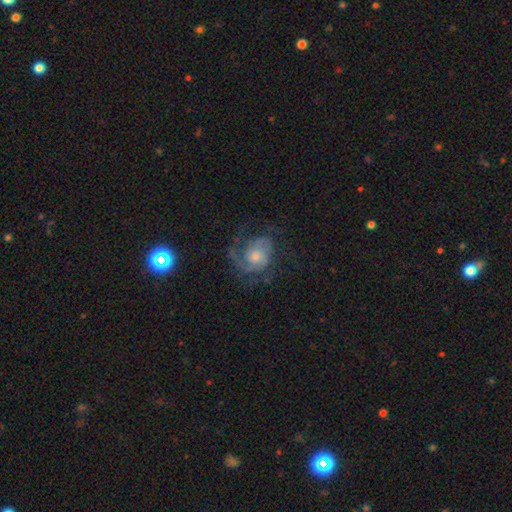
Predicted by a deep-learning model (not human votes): smooth-or-featured: featured or disk: 83% | smooth: 10% | star or artifact: 7%
  disk-edge-on: no: 98% | yes: 2%
    bar: no: 75% | weak: 21% | strong: 4%
    has-spiral-arms: yes: 95% | no: 5%
      spiral-winding: tight: 43% | medium: 42% | loose: 16%
      spiral-arm-count: 2: 48% | can't tell: 15% | 3: 15% | 1: 14% | 4: 4% | more than 4: 3%
    bulge-size: small: 50% | moderate: 42% | large: 4% | none: 3% | dominant: 1%
  merging: none: 60% | major disturbance: 20% | minor disturbance: 19% | merger: 2%